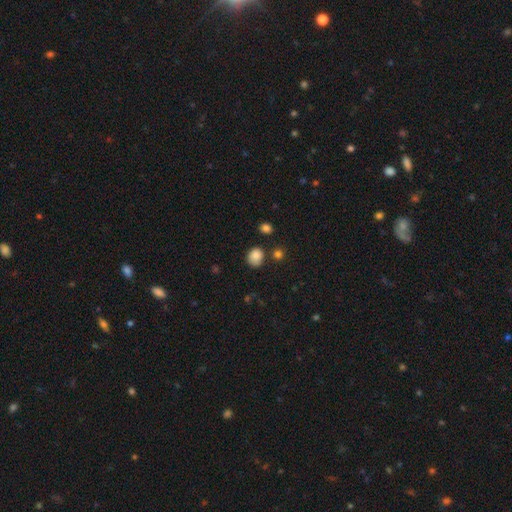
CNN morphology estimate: smooth 84%, star or artifact 10%, featured or disk 6%. Down the decision tree: how rounded — round (69%); merging — none (64%).